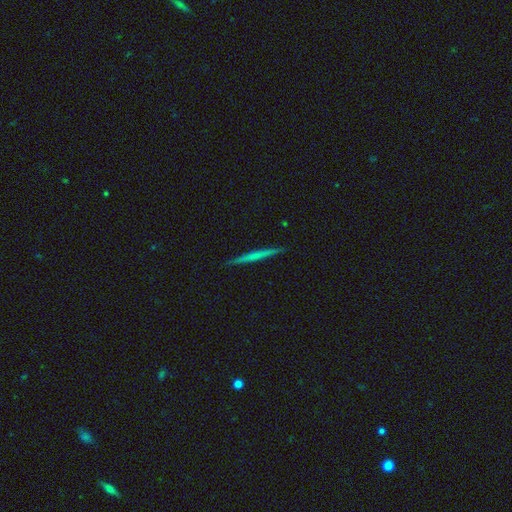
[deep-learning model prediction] Smooth or featured?
  - smooth: 47% * (tied)
  - featured or disk: 47% * (tied)
  - star or artifact: 6%
Merging?
  - none: 92% *
  - minor disturbance: 6%
  - major disturbance: 1%
  - merger: 1%